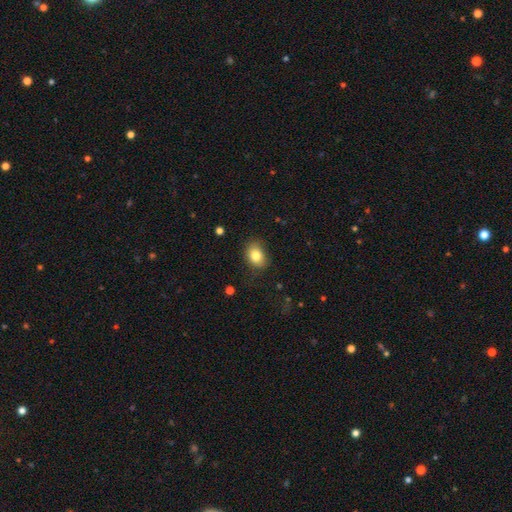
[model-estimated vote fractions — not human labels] smooth 82%, star or artifact 9%, featured or disk 9%. Down the decision tree: how rounded — in between (68%); merging — none (77%).